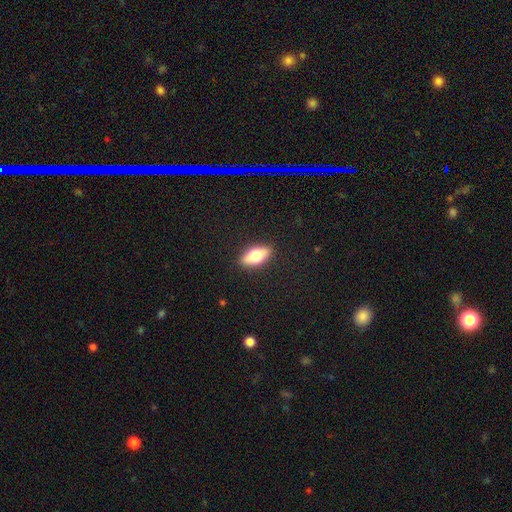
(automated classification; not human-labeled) Smooth or featured? Predicted: smooth (p=0.65). How rounded? Predicted: in between (p=0.76). Merging? Predicted: none (p=0.89).